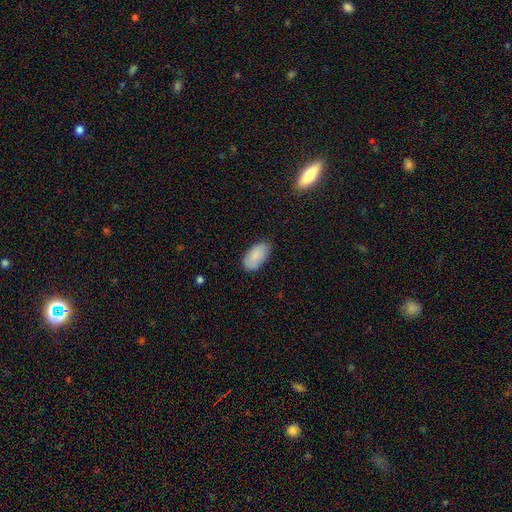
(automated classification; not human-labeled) smooth_or_featured: smooth (p=0.83) [alt: featured or disk p=0.11]
how_rounded: in between (p=0.95) [alt: round p=0.03]
merging: none (p=0.75) [alt: minor disturbance p=0.20]